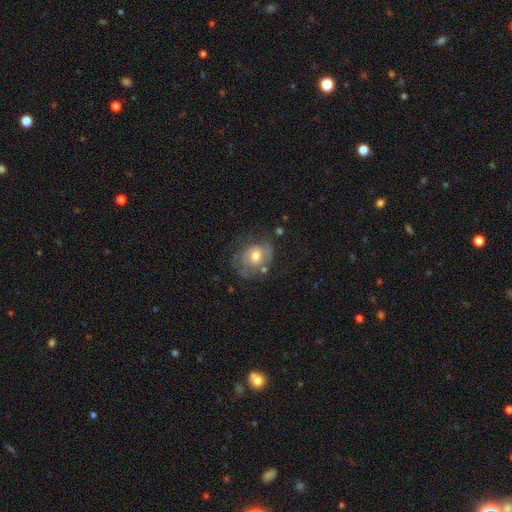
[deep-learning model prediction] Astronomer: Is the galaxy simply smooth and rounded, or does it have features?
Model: featured or disk — 61%.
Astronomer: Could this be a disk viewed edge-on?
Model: no — 97%.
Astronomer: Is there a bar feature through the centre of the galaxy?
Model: no — 67%.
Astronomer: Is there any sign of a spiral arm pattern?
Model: yes — 75%.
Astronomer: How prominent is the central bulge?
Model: moderate — 70%.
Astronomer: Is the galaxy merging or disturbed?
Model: none — 56%.